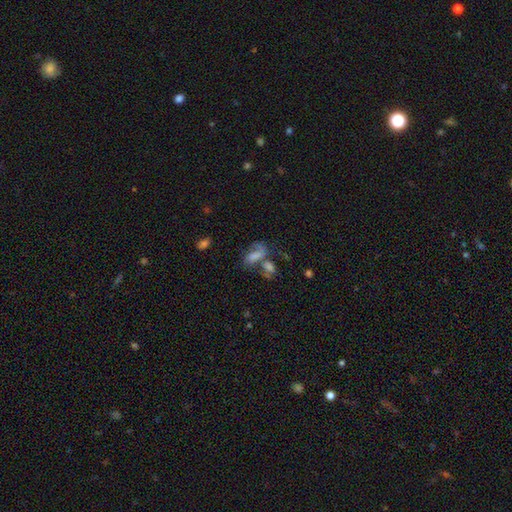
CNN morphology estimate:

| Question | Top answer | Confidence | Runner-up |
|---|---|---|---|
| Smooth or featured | smooth | 54% | featured or disk (30%) |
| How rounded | in between | 83% | round (10%) |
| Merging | merger | 46% | none (23%) |